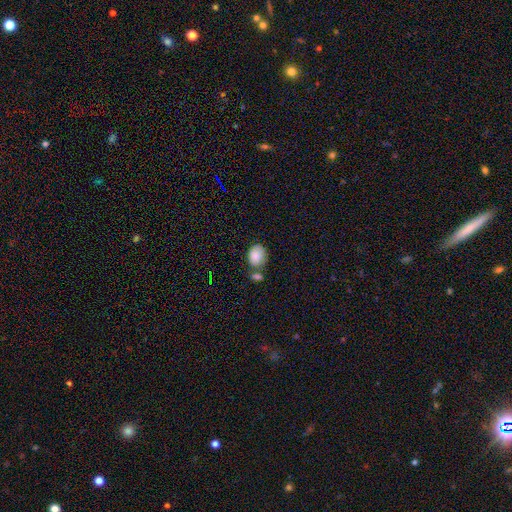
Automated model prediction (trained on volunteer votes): This appears to be a smooth galaxy with no disk features (84%) that is in between round and cigar-shaped (70%). Merging: none (50%).